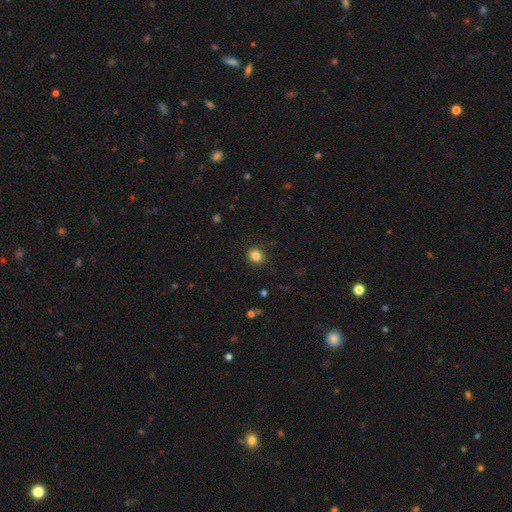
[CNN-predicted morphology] The model was most divided on "how rounded": round: 70%, in between: 30%, cigar-shaped: 1%. More confident: merging — none (88%); smooth or featured — smooth (85%).